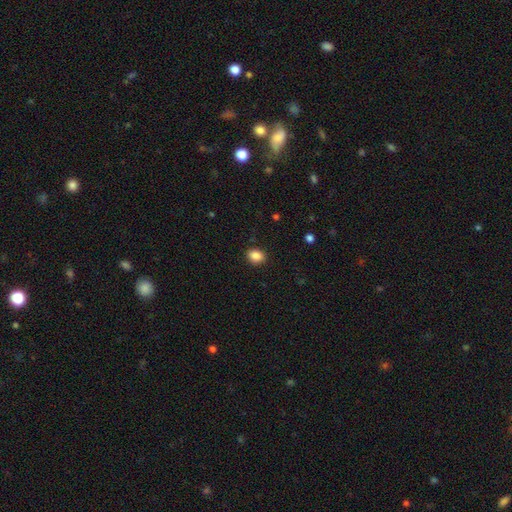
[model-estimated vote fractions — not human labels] Smooth or featured? smooth (87%)
How rounded? in between (55%)
Merging? none (88%)